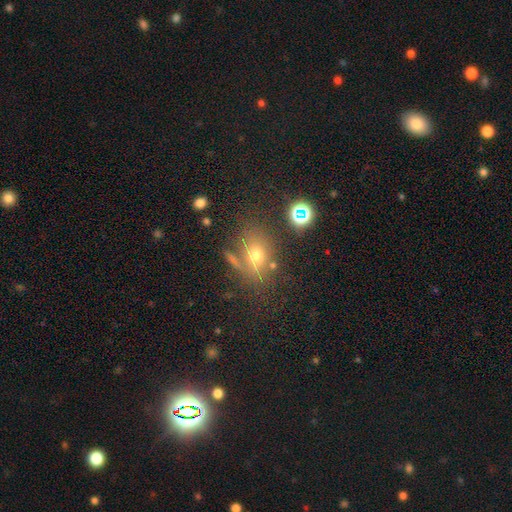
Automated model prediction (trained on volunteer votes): The model was most divided on "how rounded": in between: 56%, round: 41%, cigar-shaped: 3%. More confident: merging — none (64%); smooth or featured — smooth (63%).